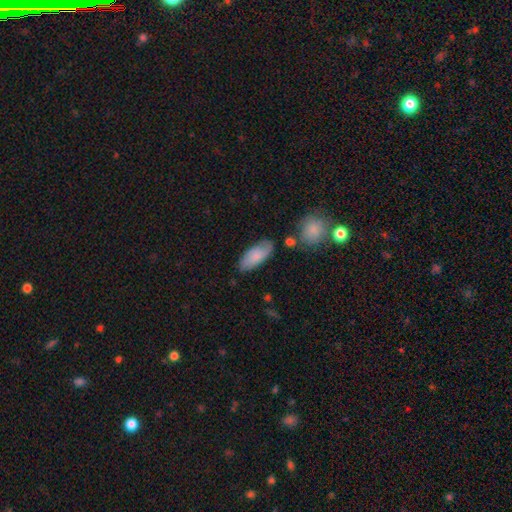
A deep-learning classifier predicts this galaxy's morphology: type=smooth (76%); roundness=in between (85%); merging=none (71%).